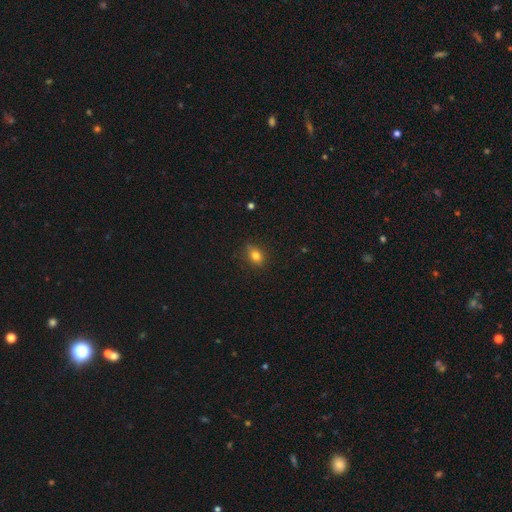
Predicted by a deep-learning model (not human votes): Smooth or featured? smooth (81%)
How rounded? in between (62%)
Merging? none (81%)